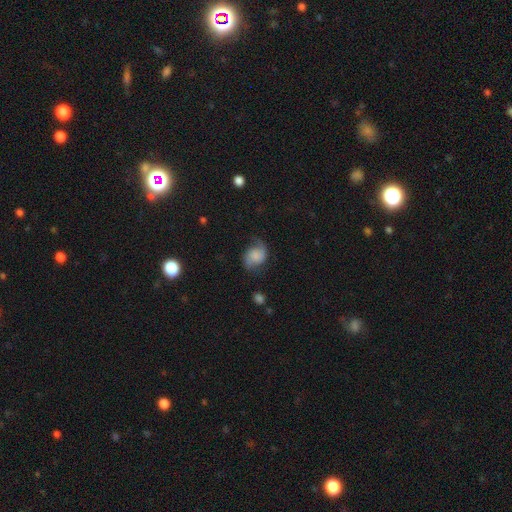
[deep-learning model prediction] Smooth or featured?
  - featured or disk: 51% *
  - smooth: 39%
  - star or artifact: 9%
Edge-on disk?
  - no: 97% *
  - yes: 3%
Merging?
  - none: 60% *
  - minor disturbance: 25%
  - major disturbance: 13%
  - merger: 2%